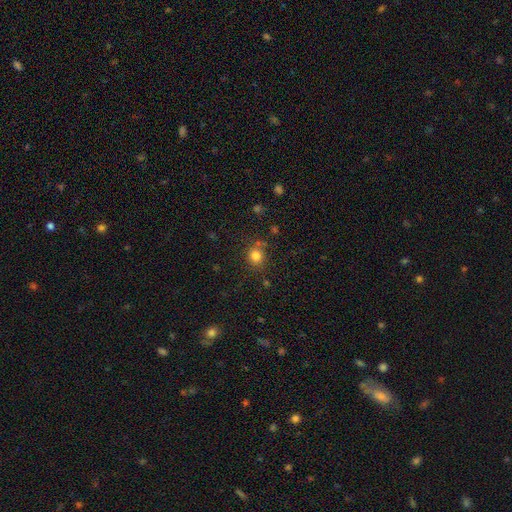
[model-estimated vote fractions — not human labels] smooth_or_featured: smooth (p=0.80) [alt: star or artifact p=0.14]
how_rounded: round (p=0.86) [alt: in between p=0.13]
merging: none (p=0.79) [alt: minor disturbance p=0.11]